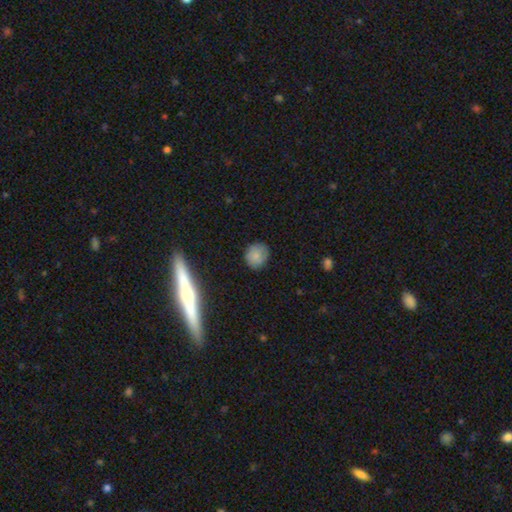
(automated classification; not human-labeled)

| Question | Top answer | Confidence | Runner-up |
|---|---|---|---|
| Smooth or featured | smooth | 79% | featured or disk (12%) |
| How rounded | round | 83% | in between (15%) |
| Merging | none | 82% | minor disturbance (13%) |